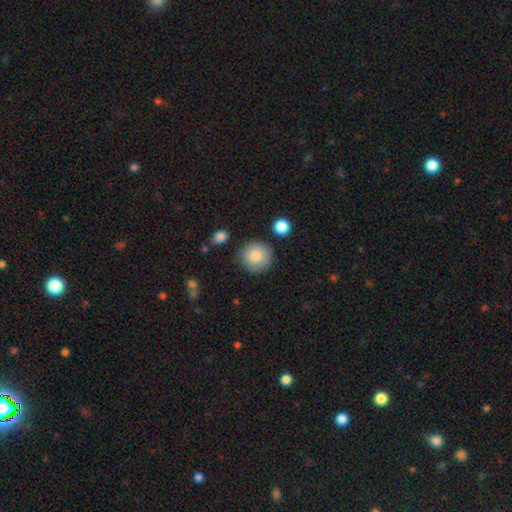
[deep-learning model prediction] The model was most divided on "merging": none: 84%, minor disturbance: 10%, merger: 3%, major disturbance: 3%. More confident: how rounded — round (94%); smooth or featured — smooth (85%).